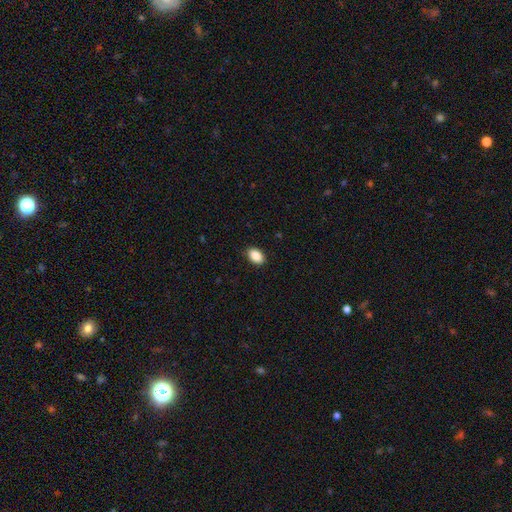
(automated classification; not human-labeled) Smooth or featured?
  - smooth: 89% *
  - star or artifact: 8%
  - featured or disk: 4%
How rounded?
  - in between: 88% *
  - round: 10%
  - cigar-shaped: 1%
Merging?
  - none: 88% *
  - minor disturbance: 9%
  - major disturbance: 2%
  - merger: 1%